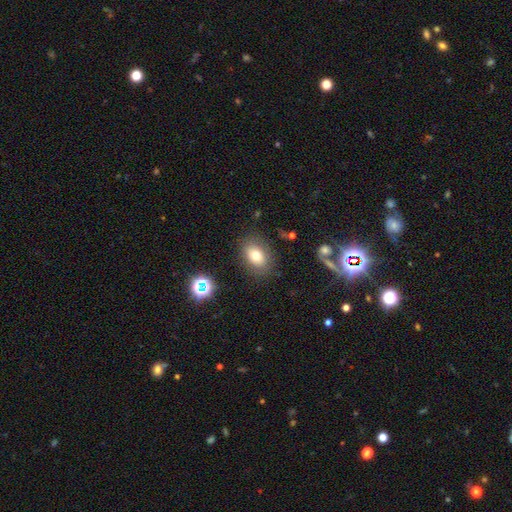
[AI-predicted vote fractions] smooth-or-featured: smooth: 73% | featured or disk: 14% | star or artifact: 12%
  how-rounded: in between: 72% | round: 26% | cigar-shaped: 1%
  merging: none: 83% | minor disturbance: 11% | major disturbance: 4% | merger: 2%